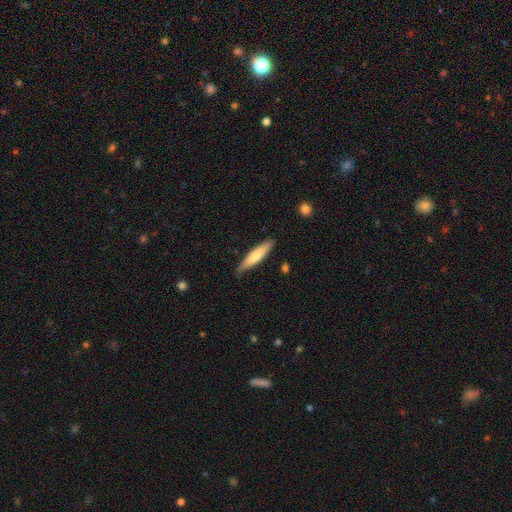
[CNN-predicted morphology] Smooth or featured? Predicted: smooth (p=0.64). How rounded? Predicted: cigar-shaped (p=0.83). Merging? Predicted: none (p=0.82).